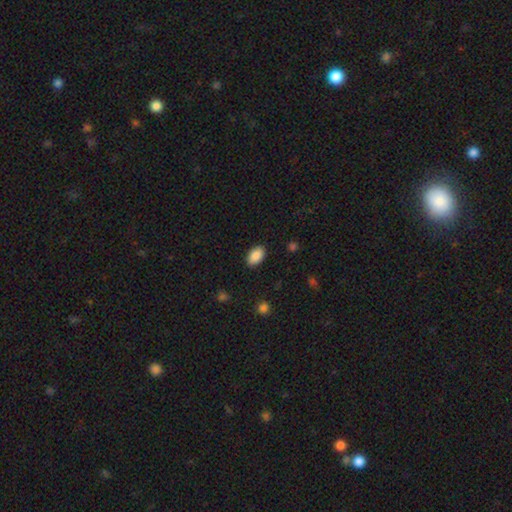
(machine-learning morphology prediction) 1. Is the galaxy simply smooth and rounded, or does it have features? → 89% smooth, 7% star or artifact, 4% featured or disk.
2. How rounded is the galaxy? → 92% in between, 7% round, 1% cigar-shaped.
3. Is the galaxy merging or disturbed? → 88% none, 9% minor disturbance, 2% major disturbance, 1% merger.